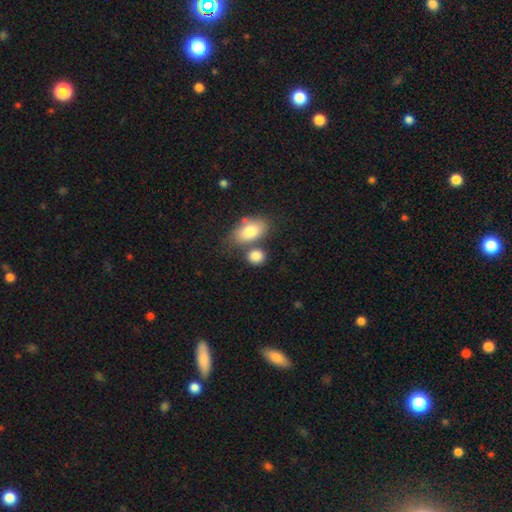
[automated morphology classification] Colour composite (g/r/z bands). It shows a smooth galaxy with no disk features (84%) that is round (49%). Merging: none (57%).